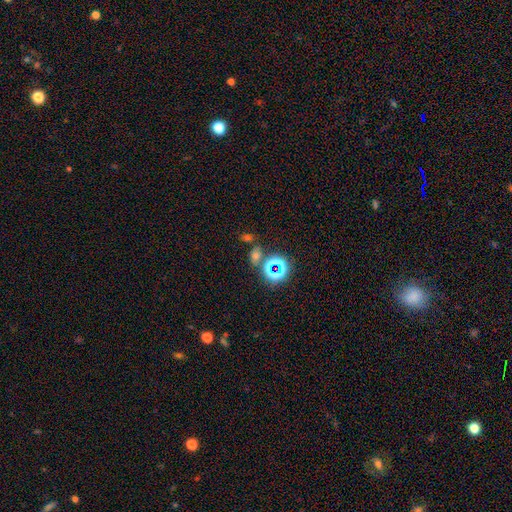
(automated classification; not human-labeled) Q: Smooth or featured?
A: smooth (50%); runner-up: star or artifact (40%)
Q: How rounded?
A: in between (58%); runner-up: round (38%)
Q: Merging?
A: none (64%); runner-up: merger (19%)